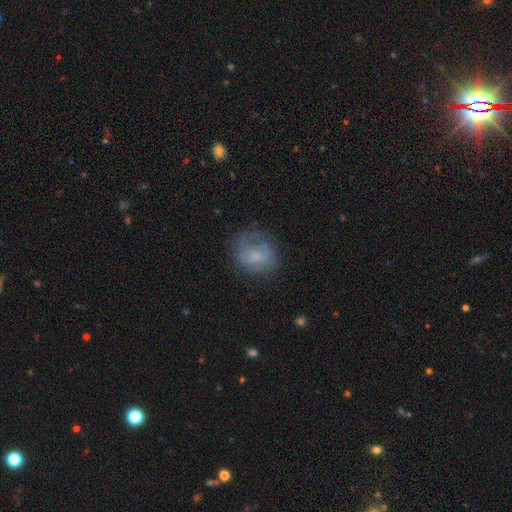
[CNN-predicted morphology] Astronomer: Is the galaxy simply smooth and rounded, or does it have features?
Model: smooth — 56% (runner-up: featured or disk, 34%).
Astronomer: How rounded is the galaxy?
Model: round — 67%.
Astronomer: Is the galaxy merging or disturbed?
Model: none — 60%.